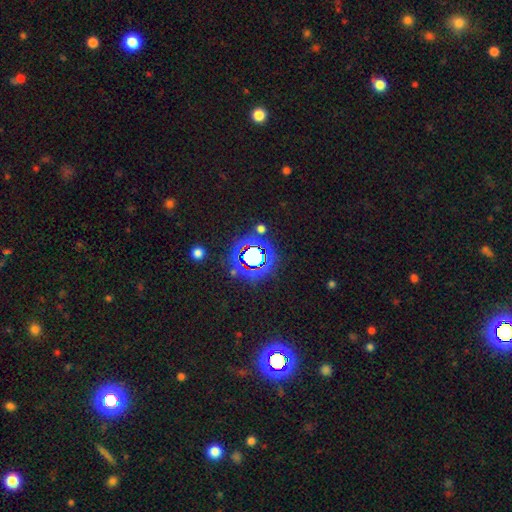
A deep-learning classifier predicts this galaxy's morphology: star or artifact 70%, smooth 19%, featured or disk 11%.